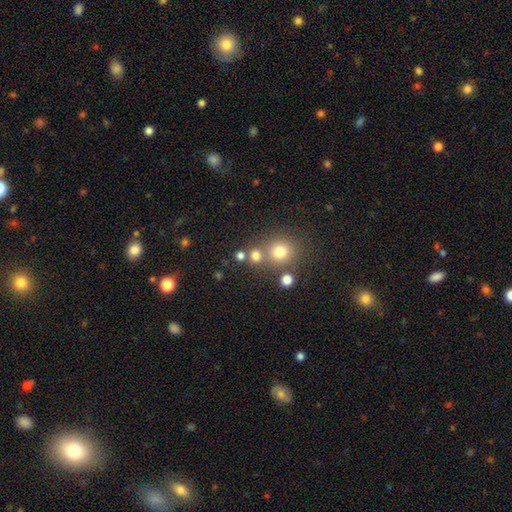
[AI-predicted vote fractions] A smooth galaxy with no disk features (74%) that is round (87%). Merging: none (64%).